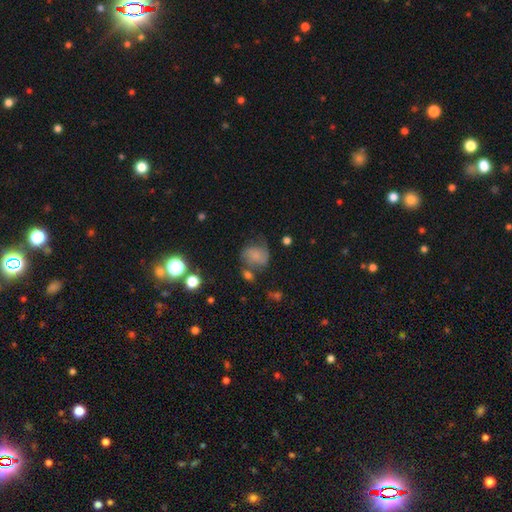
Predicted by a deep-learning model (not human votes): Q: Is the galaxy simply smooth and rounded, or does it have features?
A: featured or disk — 46%.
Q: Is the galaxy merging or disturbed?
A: none — 45%.